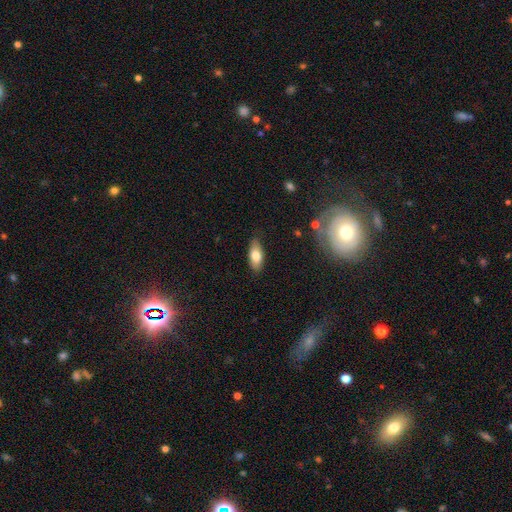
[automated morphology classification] type=smooth (77%); roundness=in between (82%); merging=none (85%).